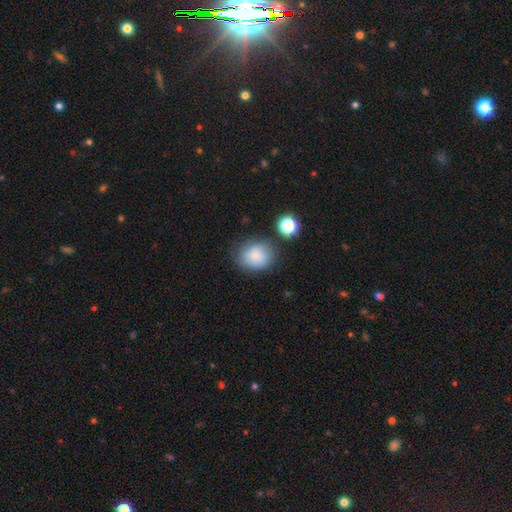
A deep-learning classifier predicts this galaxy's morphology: This appears to be a smooth galaxy with no disk features (80%) that is round (64%). Merging: none (69%).